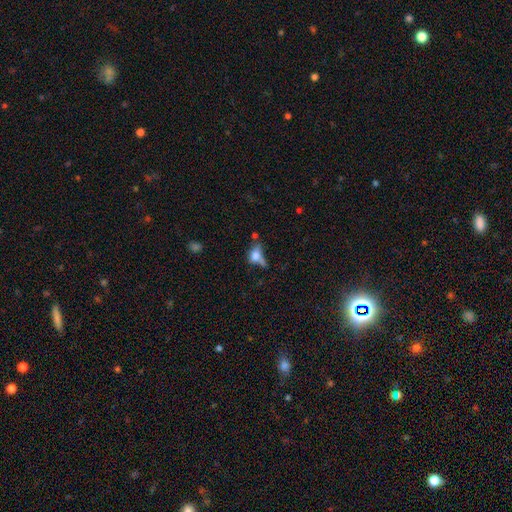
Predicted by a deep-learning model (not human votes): Smooth or featured: smooth — 67% (featured or disk — 20%)
How rounded: in between — 69% (round — 24%)
Merging: none — 31% (merger — 26%)